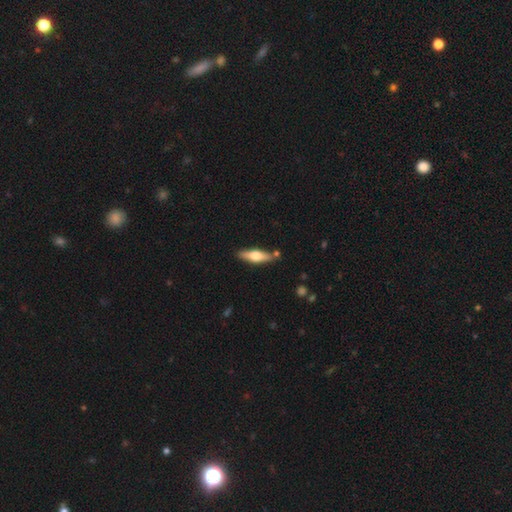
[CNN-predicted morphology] Smooth or featured: featured or disk — 50% (smooth — 45%)
Merging: none — 83% (minor disturbance — 10%)